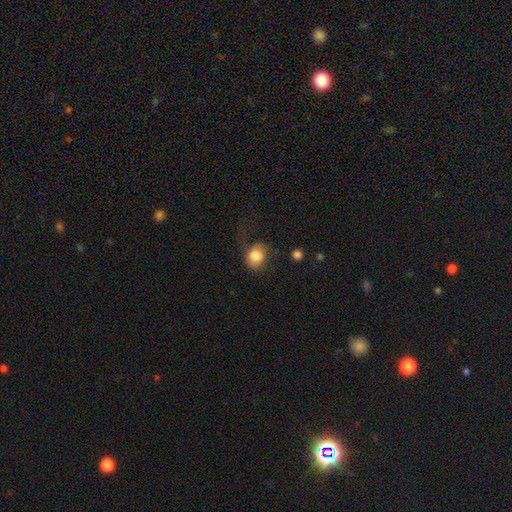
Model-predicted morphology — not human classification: type=smooth (82%); roundness=round (62%); merging=none (51%).